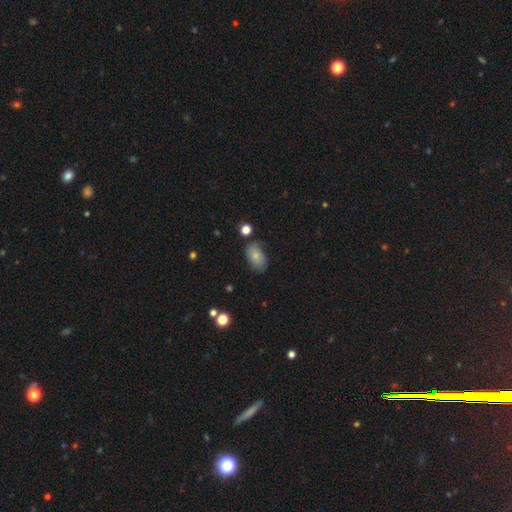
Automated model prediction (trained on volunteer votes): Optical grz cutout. It shows a smooth galaxy with no disk features (74%) that is in between round and cigar-shaped (90%). Merging: none (63%).